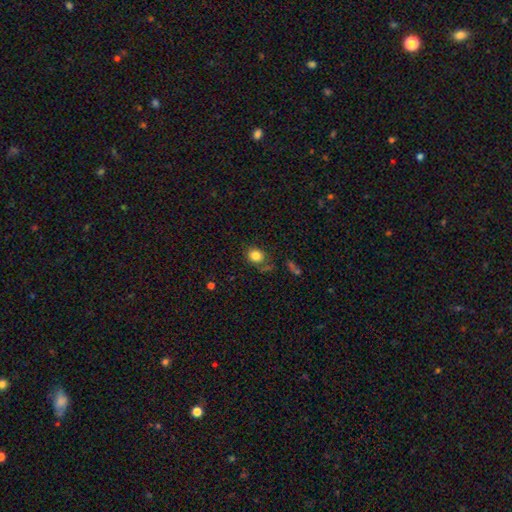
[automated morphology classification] This appears to be a smooth galaxy with no disk features (82%) that is round (65%). Merging: none (71%).